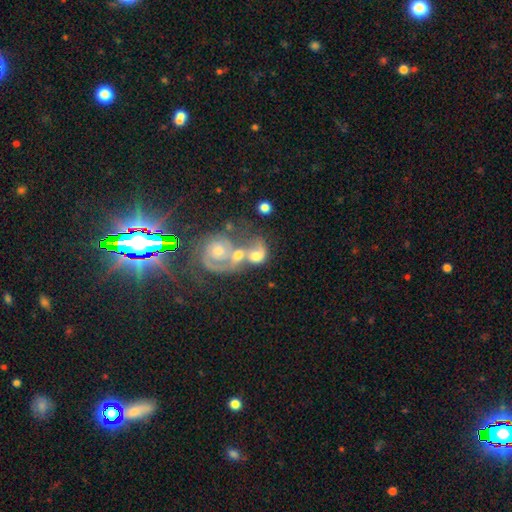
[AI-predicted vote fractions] A featured or disk galaxy (64%) with no bar (76%), spiral arms (76%) and a moderate central bulge (54%). Merging: merger (72%).